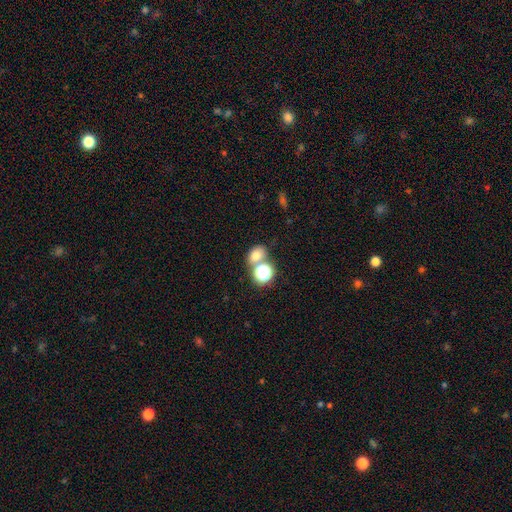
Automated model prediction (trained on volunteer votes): smooth_or_featured: smooth (p=0.71) [alt: star or artifact p=0.19]
how_rounded: in between (p=0.56) [alt: round p=0.43]
merging: none (p=0.57) [alt: merger p=0.30]